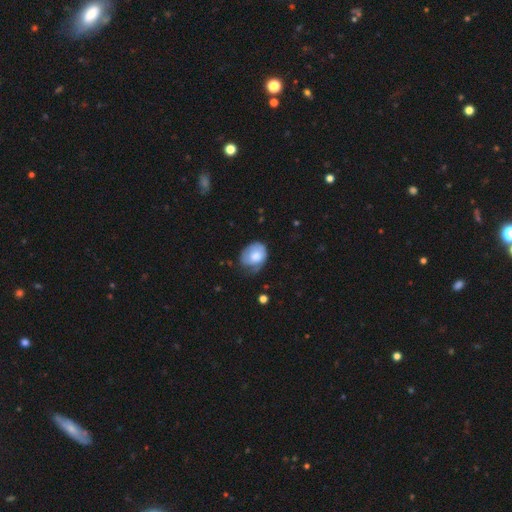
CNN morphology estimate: Smooth or featured? smooth (67%)
How rounded? in between (54%)
Merging? none (42%)